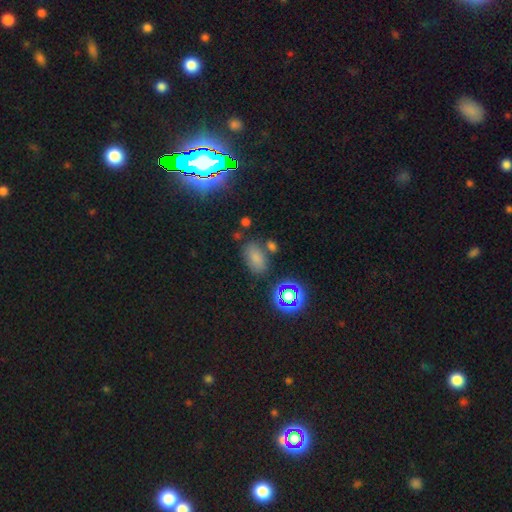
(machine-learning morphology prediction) type=smooth (59%); roundness=in between (86%); merging=none (75%).